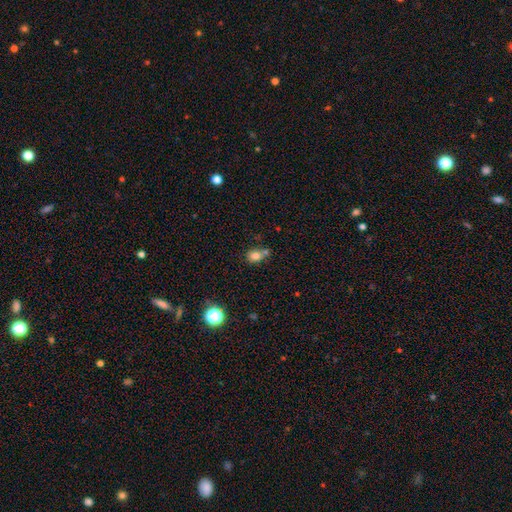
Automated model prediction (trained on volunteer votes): smooth-or-featured: smooth: 78% | star or artifact: 13% | featured or disk: 9%
  how-rounded: round: 53% | in between: 46% | cigar-shaped: 1%
  merging: none: 48% | merger: 31% | minor disturbance: 15% | major disturbance: 5%